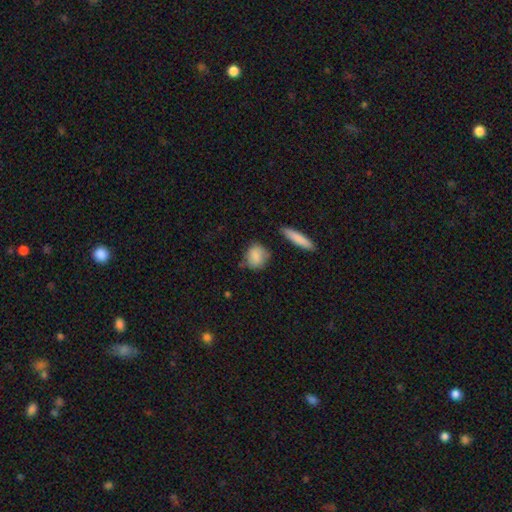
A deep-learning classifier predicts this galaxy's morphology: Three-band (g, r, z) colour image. It shows a smooth galaxy with no disk features (83%) that is round (56%). Merging: none (69%).